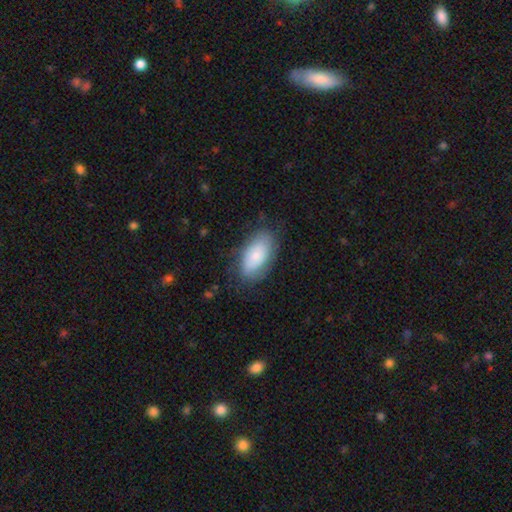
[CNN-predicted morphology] A smooth galaxy with no disk features (77%) that is in between round and cigar-shaped (93%). Merging: none (74%).